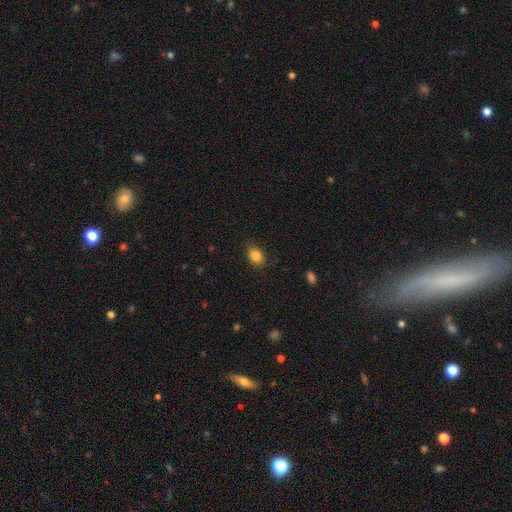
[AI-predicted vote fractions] smooth_or_featured: smooth (p=0.85) [alt: star or artifact p=0.10]
how_rounded: in between (p=0.72) [alt: round p=0.26]
merging: none (p=0.84) [alt: minor disturbance p=0.12]